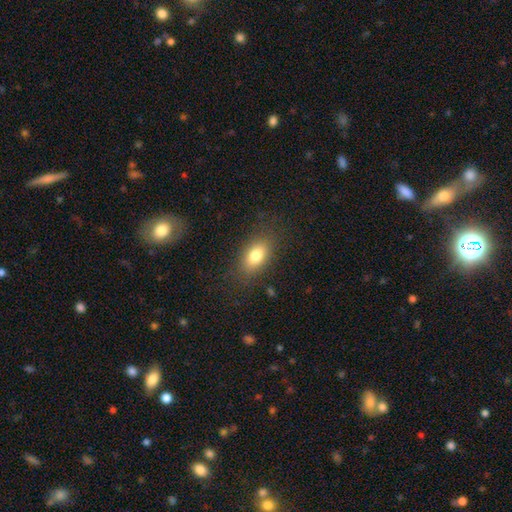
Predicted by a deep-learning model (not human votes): This is likely a smooth galaxy (79%). How rounded: clearly in between (86%). Merging: clearly none (83%).